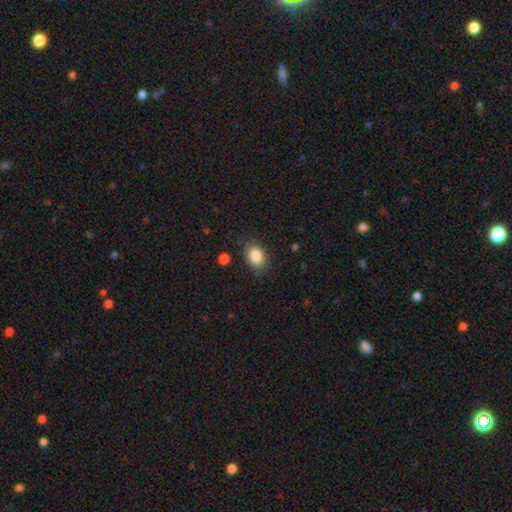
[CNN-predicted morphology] Smooth or featured: smooth — 86% (star or artifact — 8%)
How rounded: in between — 76% (round — 22%)
Merging: none — 80% (minor disturbance — 14%)